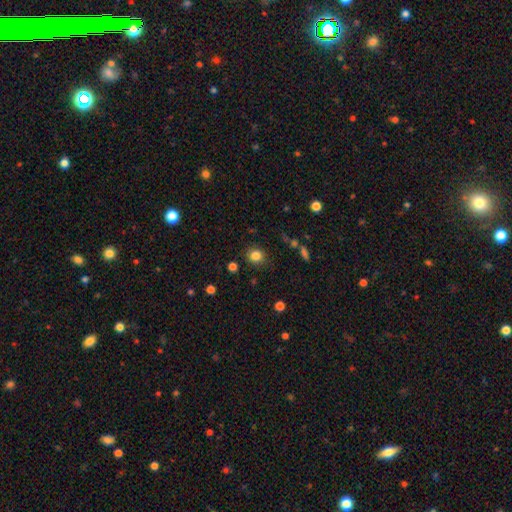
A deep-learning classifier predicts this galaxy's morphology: The model was most divided on "smooth or featured": smooth: 83%, star or artifact: 12%, featured or disk: 5%. More confident: merging — none (86%); how rounded — round (86%).